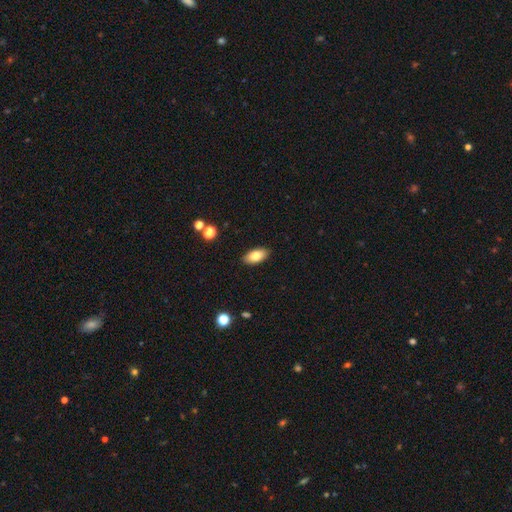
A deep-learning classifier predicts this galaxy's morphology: This is likely a smooth galaxy (80%). How rounded: clearly in between (91%). Merging: clearly none (90%).